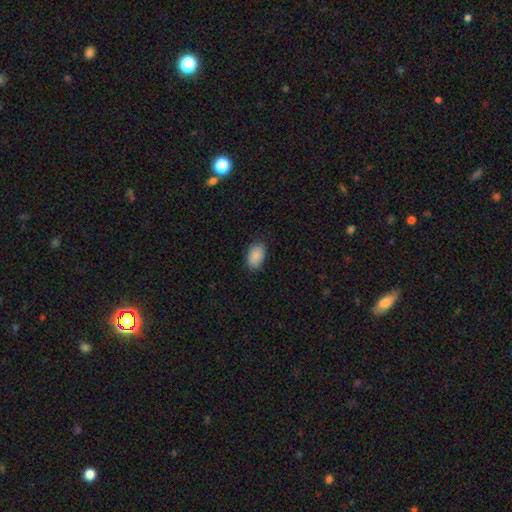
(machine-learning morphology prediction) smooth 88%, star or artifact 7%, featured or disk 5%. Down the decision tree: how rounded — in between (91%); merging — none (85%).